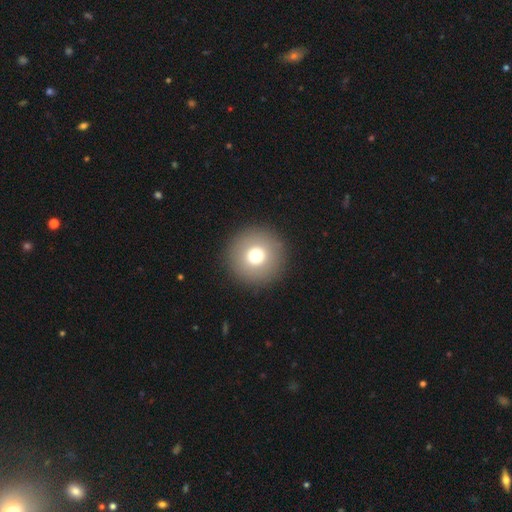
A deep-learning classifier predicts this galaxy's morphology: A smooth galaxy with no disk features (73%) that is round (97%). Merging: none (92%).